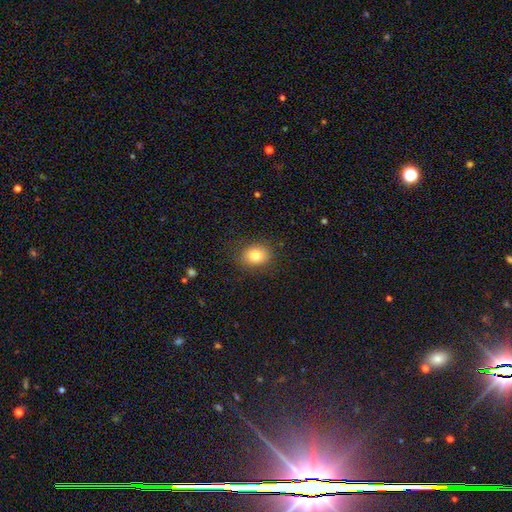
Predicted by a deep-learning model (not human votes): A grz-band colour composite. It shows a smooth galaxy with no disk features (80%) that is round (54%). Merging: none (86%).